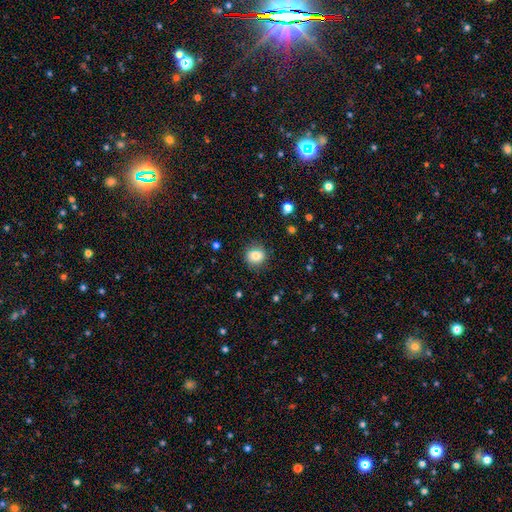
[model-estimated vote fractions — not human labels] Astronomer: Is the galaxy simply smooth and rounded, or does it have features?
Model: smooth — 78%.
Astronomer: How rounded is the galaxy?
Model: round — 85%.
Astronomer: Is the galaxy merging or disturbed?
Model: none — 85%.